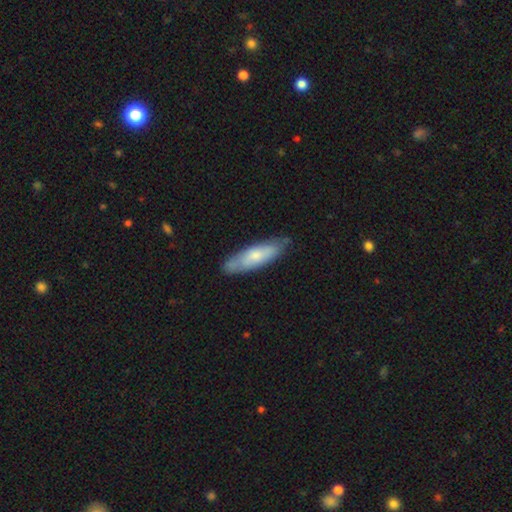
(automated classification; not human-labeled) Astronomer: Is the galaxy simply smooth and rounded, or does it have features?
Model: smooth — 62%.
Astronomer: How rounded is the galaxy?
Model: cigar-shaped — 59% (runner-up: in between, 40%).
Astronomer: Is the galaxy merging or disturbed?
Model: none — 77%.